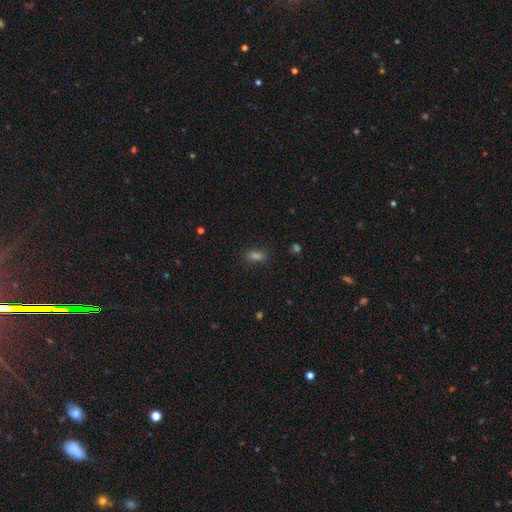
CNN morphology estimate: Smooth or featured? Predicted: smooth (p=0.73). How rounded? Predicted: in between (p=0.81). Merging? Predicted: none (p=0.85).